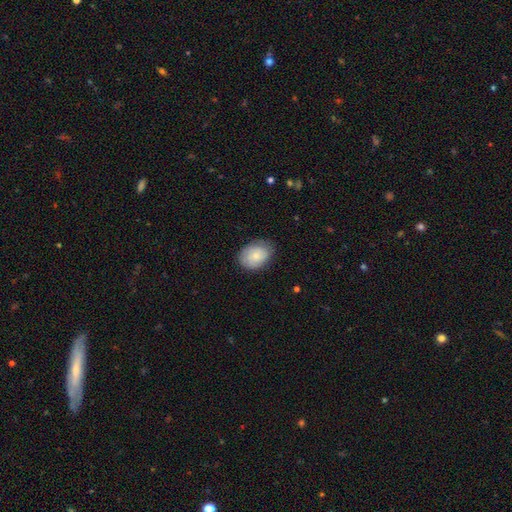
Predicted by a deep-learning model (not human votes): Morphology: type=smooth (71%); roundness=in between (70%); merging=none (74%).